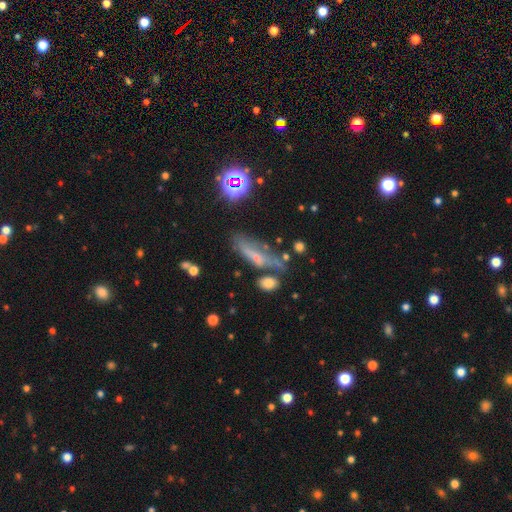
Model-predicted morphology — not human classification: The model was most divided on "smooth or featured": smooth: 45%, featured or disk: 37%, star or artifact: 18%. Remaining: merging — none (42%).